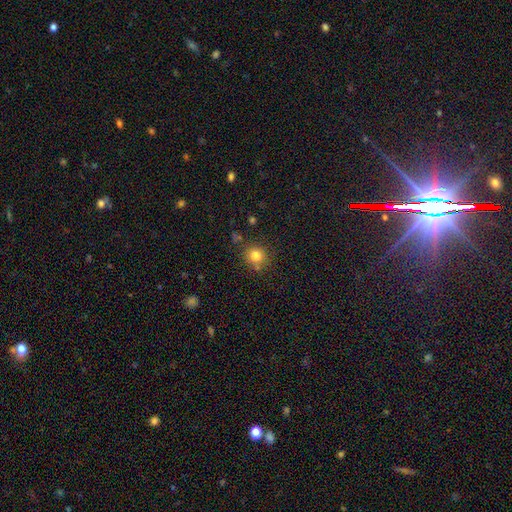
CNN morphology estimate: Smooth or featured? smooth (81%)
How rounded? round (89%)
Merging? none (79%)